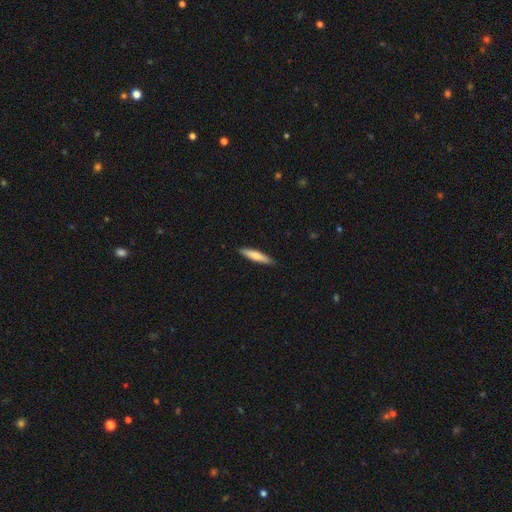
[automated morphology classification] This is likely a smooth galaxy (67%). How rounded: clearly cigar-shaped (88%). Merging: clearly none (90%).